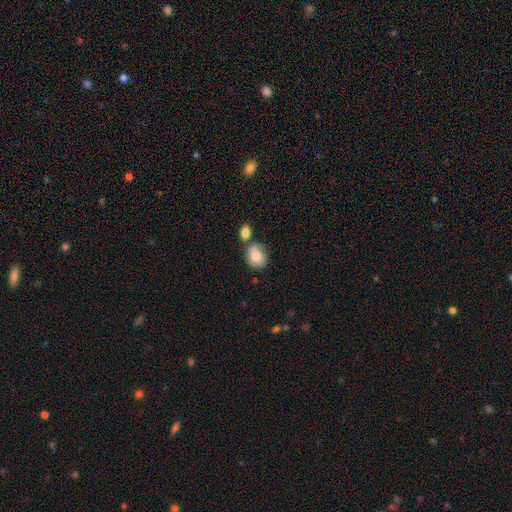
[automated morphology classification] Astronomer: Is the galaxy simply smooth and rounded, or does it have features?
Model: smooth — 77%.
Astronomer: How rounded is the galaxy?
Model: in between — 50% (runner-up: round, 49%).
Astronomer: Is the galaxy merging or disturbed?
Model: none — 46% (runner-up: merger, 26%).